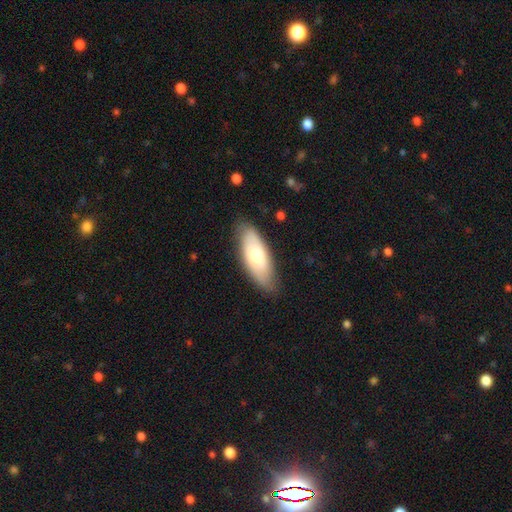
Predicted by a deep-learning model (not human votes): Smooth or featured? Predicted: smooth (p=0.63). How rounded? Predicted: in between (p=0.76). Merging? Predicted: none (p=0.81).